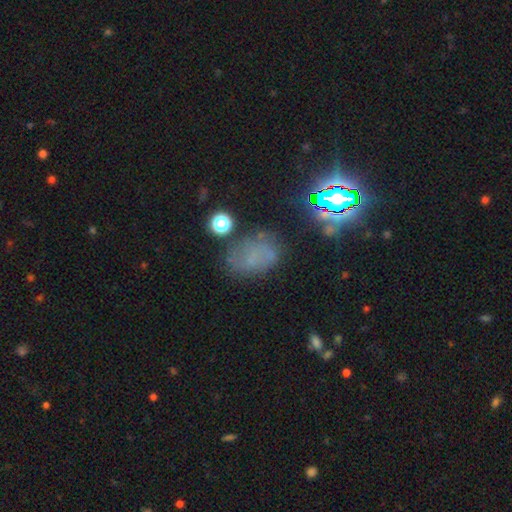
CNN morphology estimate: A smooth galaxy with no disk features (43%).

Vote fractions:
- Smooth or featured? smooth: 43% / star or artifact: 35% / featured or disk: 21%
- Merging? none: 59% / minor disturbance: 23% / major disturbance: 13% / merger: 6%